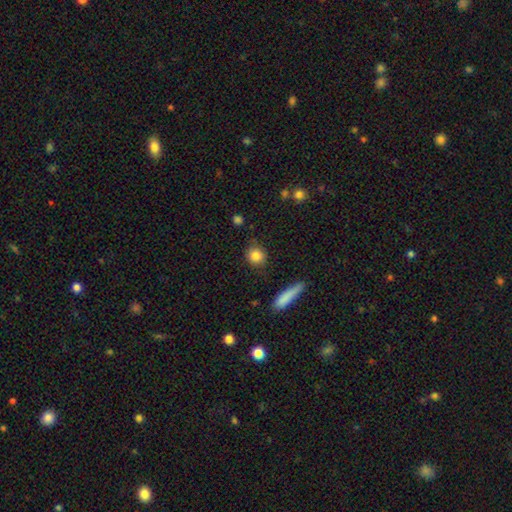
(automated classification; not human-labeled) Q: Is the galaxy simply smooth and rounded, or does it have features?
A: smooth — 85%.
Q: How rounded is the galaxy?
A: round — 82%.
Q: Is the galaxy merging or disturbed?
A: none — 80%.